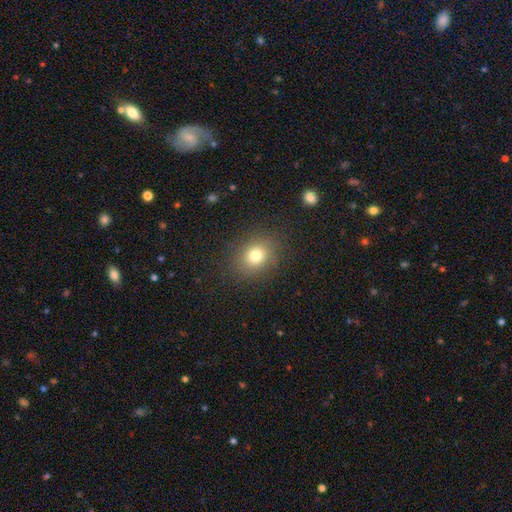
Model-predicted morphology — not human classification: smooth-or-featured: smooth: 77% | star or artifact: 13% | featured or disk: 10%
  how-rounded: round: 59% | in between: 40% | cigar-shaped: 1%
  merging: none: 85% | minor disturbance: 10% | major disturbance: 4% | merger: 1%